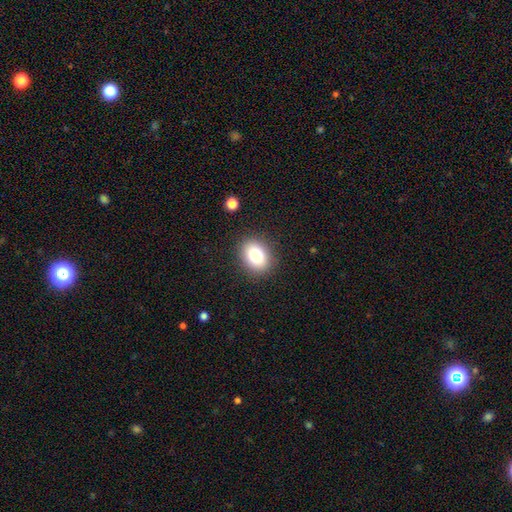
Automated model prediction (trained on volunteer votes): Smooth or featured: smooth — 82% (star or artifact — 10%)
How rounded: in between — 60% (round — 39%)
Merging: none — 87% (minor disturbance — 9%)